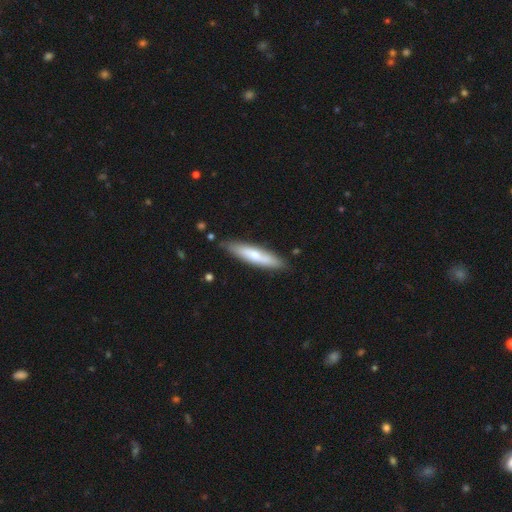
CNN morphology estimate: Q: Smooth or featured?
A: smooth (53%); runner-up: featured or disk (40%)
Q: How rounded?
A: cigar-shaped (84%); runner-up: in between (15%)
Q: Merging?
A: none (85%); runner-up: minor disturbance (11%)